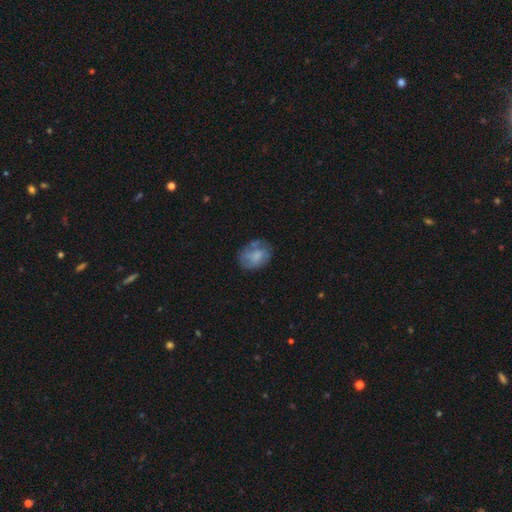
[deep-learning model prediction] smooth_or_featured: smooth (p=0.63) [alt: featured or disk p=0.29]
how_rounded: in between (p=0.64) [alt: round p=0.35]
merging: none (p=0.58) [alt: minor disturbance p=0.26]